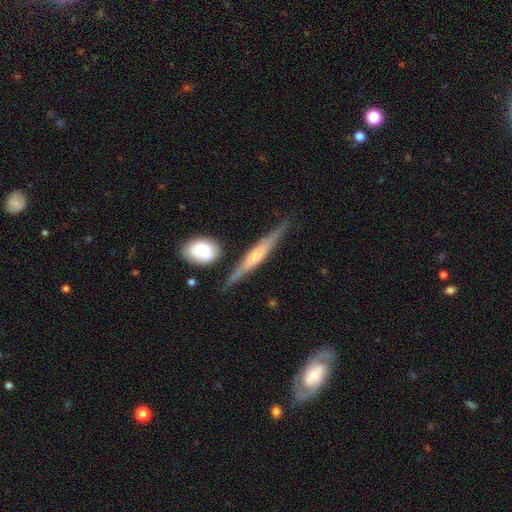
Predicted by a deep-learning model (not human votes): Smooth or featured? Predicted: featured or disk (p=0.70). Edge-on disk? Predicted: yes (p=0.97). Edge-on bulge? Predicted: rounded (p=0.48). Merging? Predicted: none (p=0.79).